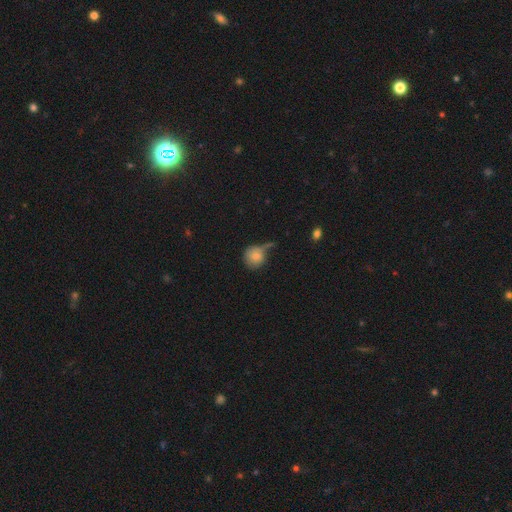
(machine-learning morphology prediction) type=smooth (80%); roundness=round (85%); merging=none (44%).